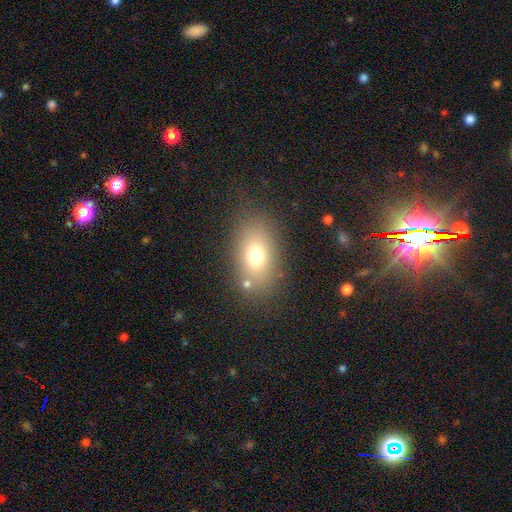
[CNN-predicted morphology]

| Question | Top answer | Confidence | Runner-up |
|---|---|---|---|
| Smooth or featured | smooth | 74% | featured or disk (14%) |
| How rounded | in between | 84% | round (14%) |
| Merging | none | 78% | minor disturbance (12%) |